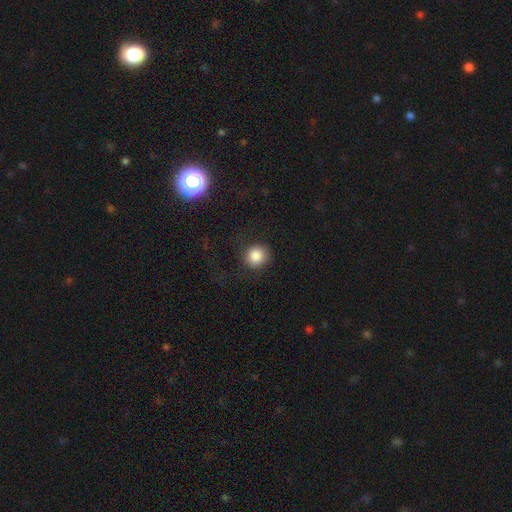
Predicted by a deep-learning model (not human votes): Morphology: type=smooth (86%); roundness=round (90%); merging=none (80%).